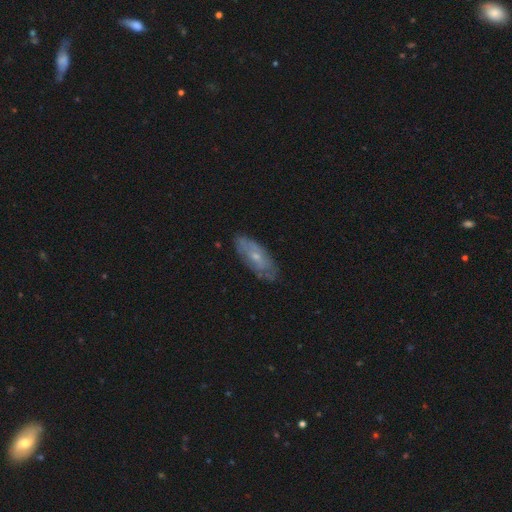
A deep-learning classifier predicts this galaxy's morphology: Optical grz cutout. It shows a featured or disk galaxy (55%). Merging: none (73%).